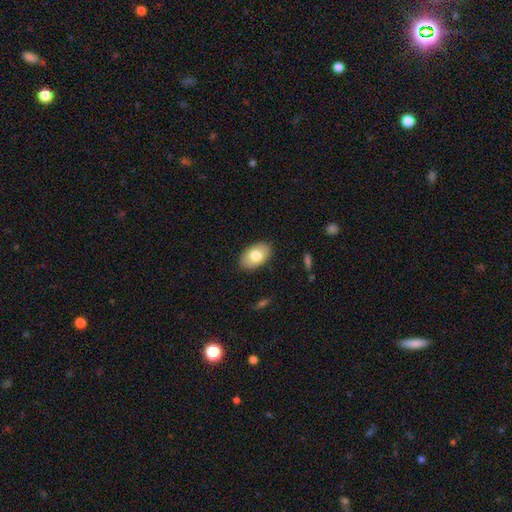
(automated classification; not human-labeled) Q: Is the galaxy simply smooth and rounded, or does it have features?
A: smooth — 77%.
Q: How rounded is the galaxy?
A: in between — 91%.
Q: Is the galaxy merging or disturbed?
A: none — 88%.